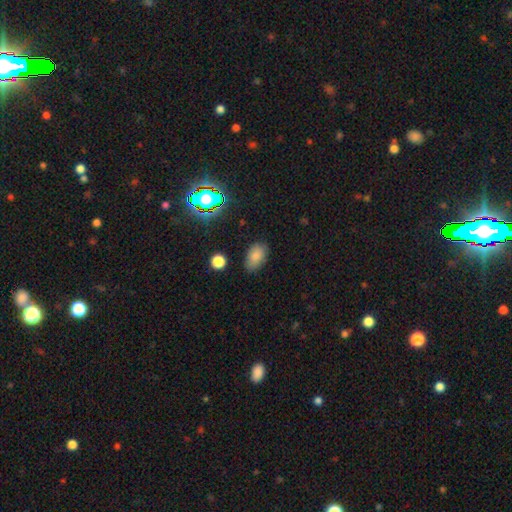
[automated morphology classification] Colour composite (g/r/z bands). It shows a smooth galaxy with no disk features (81%) that is in between round and cigar-shaped (90%). Merging: none (79%).